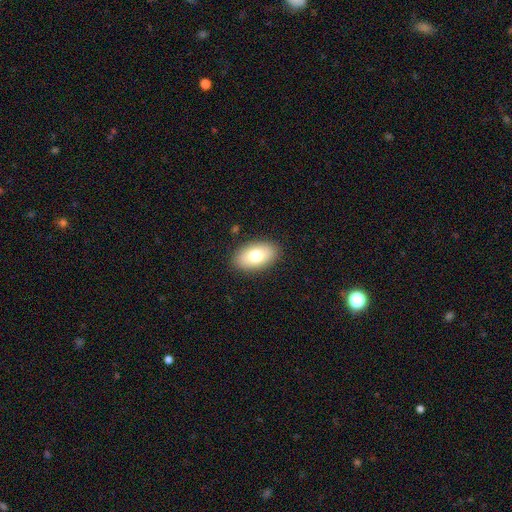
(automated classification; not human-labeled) Smooth or featured? smooth (76%)
How rounded? in between (93%)
Merging? none (88%)